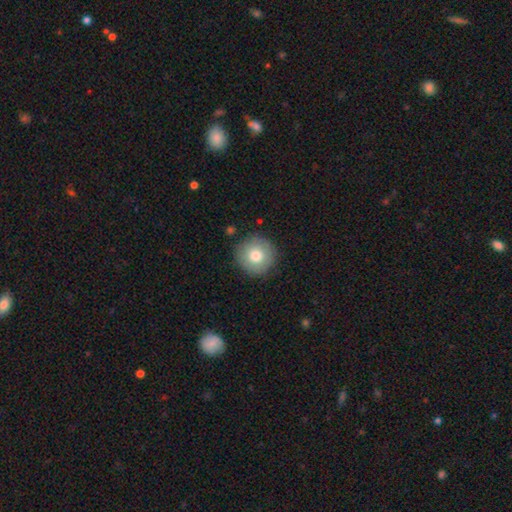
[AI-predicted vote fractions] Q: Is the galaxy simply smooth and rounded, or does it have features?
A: smooth — 78%.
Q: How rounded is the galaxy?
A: round — 96%.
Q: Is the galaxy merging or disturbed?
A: none — 88%.